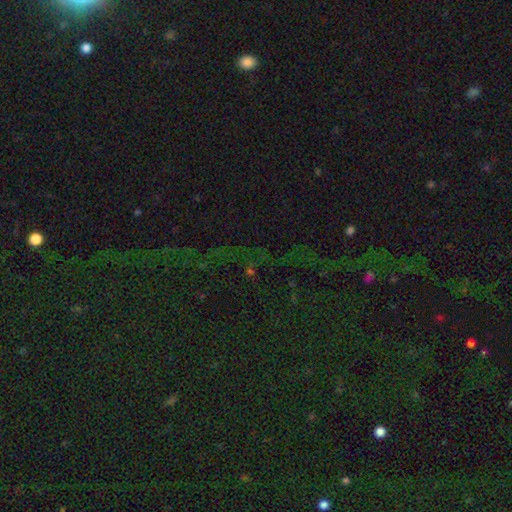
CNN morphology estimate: type=star or artifact (80%).